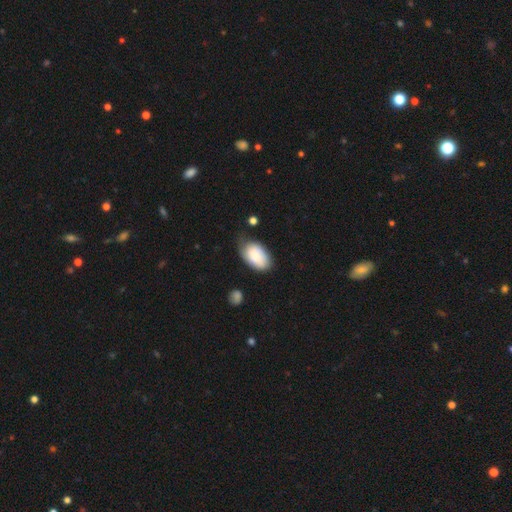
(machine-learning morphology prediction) The model was most divided on "merging": none: 55%, minor disturbance: 33%, major disturbance: 9%, merger: 3%. More confident: how rounded — in between (93%); smooth or featured — smooth (82%).